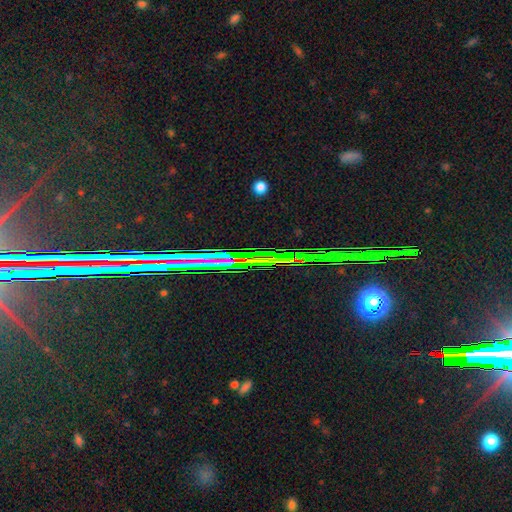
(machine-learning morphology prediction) Smooth or featured? star or artifact (81%)